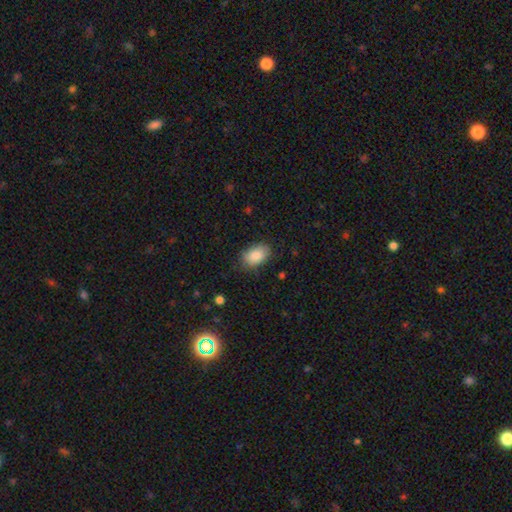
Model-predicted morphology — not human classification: Overall: smooth (87%). How rounded: in between (89%). Merging: none (79%).